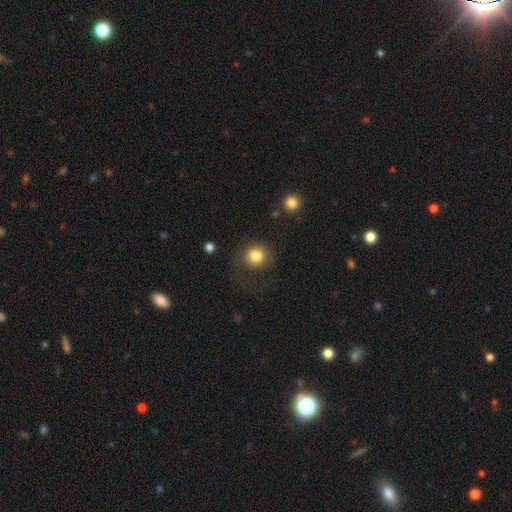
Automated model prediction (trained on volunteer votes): Smooth or featured: smooth — 83% (star or artifact — 10%)
How rounded: round — 87% (in between — 12%)
Merging: none — 72% (minor disturbance — 14%)